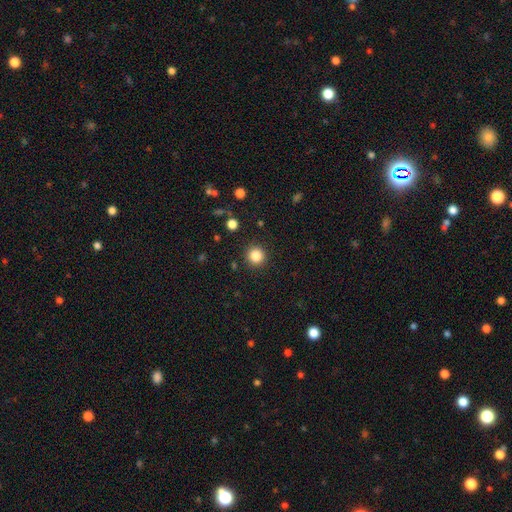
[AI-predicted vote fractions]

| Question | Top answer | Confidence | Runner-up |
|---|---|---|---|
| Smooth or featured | smooth | 84% | star or artifact (11%) |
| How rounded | round | 94% | in between (5%) |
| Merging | none | 91% | minor disturbance (6%) |